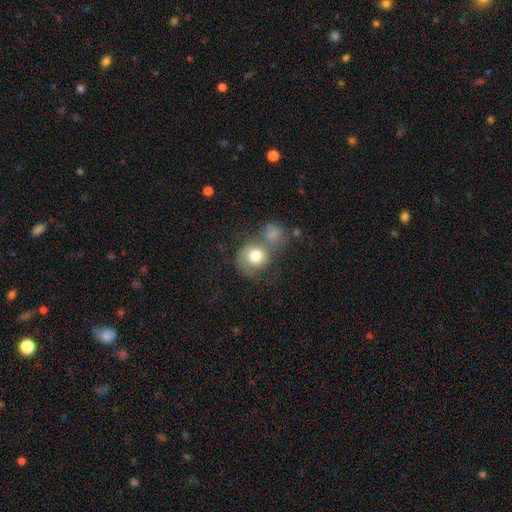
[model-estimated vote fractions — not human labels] Overall: smooth (70%). How rounded: round (77%). Merging: merger (40%; none 30%).